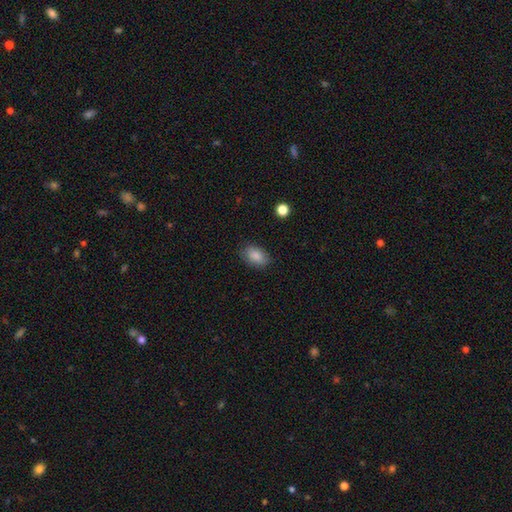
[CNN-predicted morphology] The model was most divided on "merging": none: 82%, minor disturbance: 14%, major disturbance: 3%, merger: 1%. More confident: how rounded — in between (88%); smooth or featured — smooth (87%).